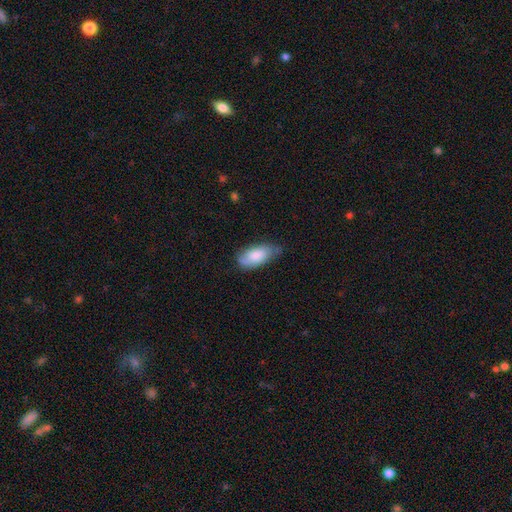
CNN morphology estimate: Overall: smooth (76%). How rounded: in between (89%). Merging: none (59%; minor disturbance 33%).